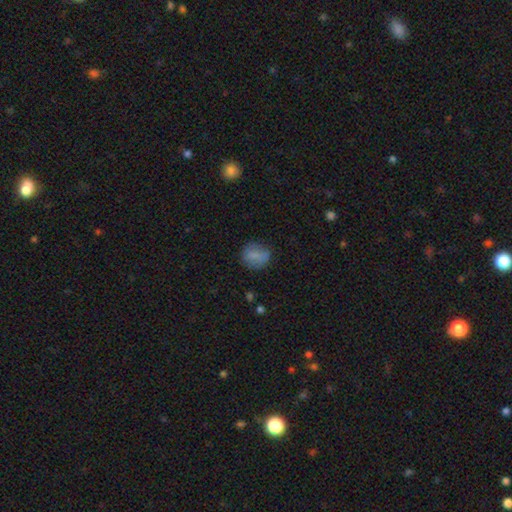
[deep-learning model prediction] This appears to be a smooth galaxy with no disk features (77%) that is round (74%). Merging: none (74%).